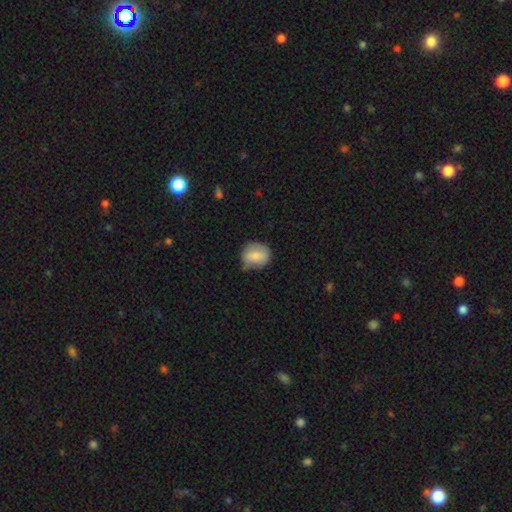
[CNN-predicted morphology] Q: Smooth or featured?
A: smooth (76%); runner-up: featured or disk (16%)
Q: How rounded?
A: round (72%); runner-up: in between (27%)
Q: Merging?
A: none (65%); runner-up: minor disturbance (27%)